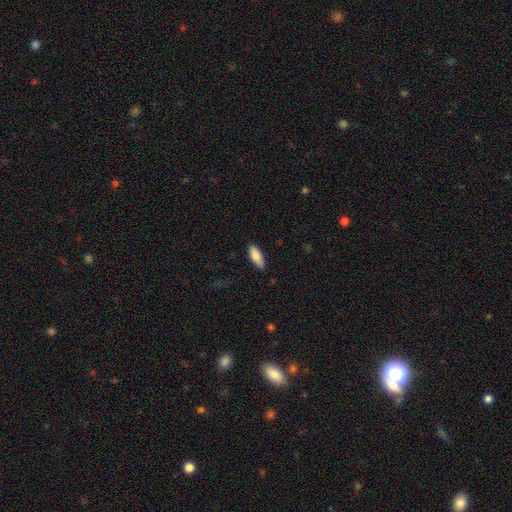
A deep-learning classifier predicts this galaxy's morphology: Smooth or featured? smooth (85%)
How rounded? in between (72%)
Merging? none (84%)